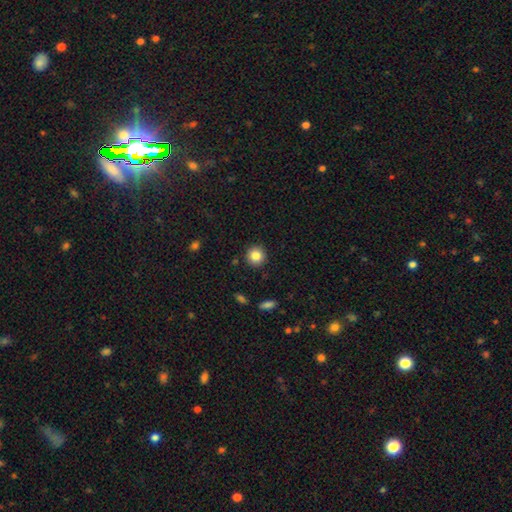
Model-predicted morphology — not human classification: A smooth galaxy with no disk features (84%) that is round (92%).

Vote fractions:
- Smooth or featured? smooth: 84% / star or artifact: 10% / featured or disk: 6%
- How rounded? round: 92% / in between: 7% / cigar-shaped: 1%
- Merging? none: 91% / minor disturbance: 6% / major disturbance: 2% / merger: 1%